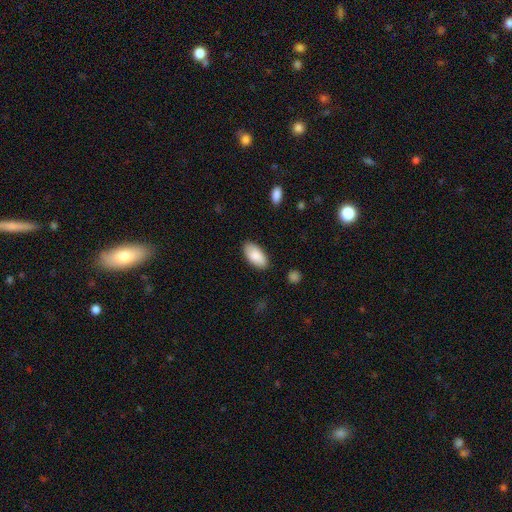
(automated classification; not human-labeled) A smooth galaxy with no disk features (88%) that is in between round and cigar-shaped (94%). Merging: none (86%).